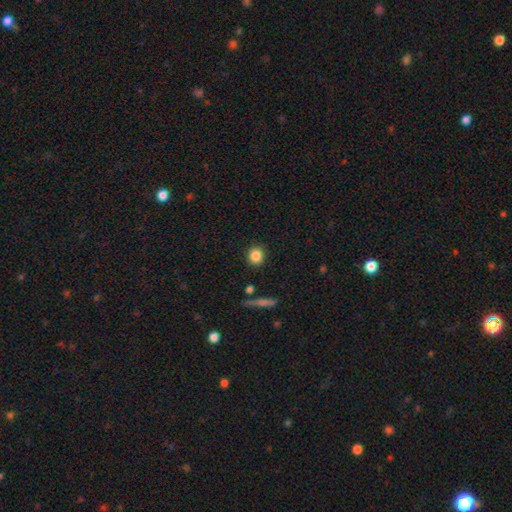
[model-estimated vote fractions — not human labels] This appears to be a smooth galaxy with no disk features (85%) that is round (85%). Merging: none (90%).